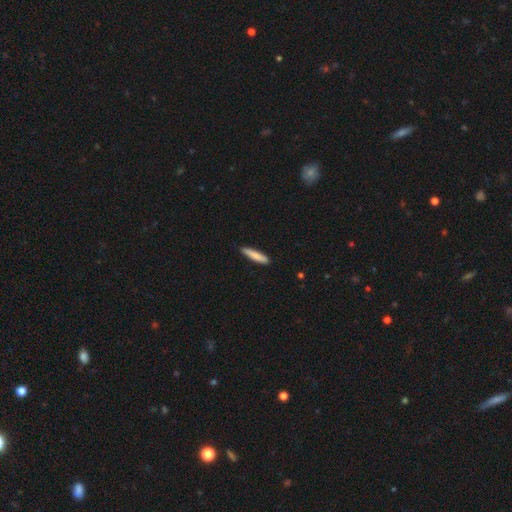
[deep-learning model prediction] Q: Smooth or featured?
A: smooth (82%); runner-up: featured or disk (12%)
Q: How rounded?
A: cigar-shaped (87%); runner-up: in between (12%)
Q: Merging?
A: none (88%); runner-up: minor disturbance (9%)